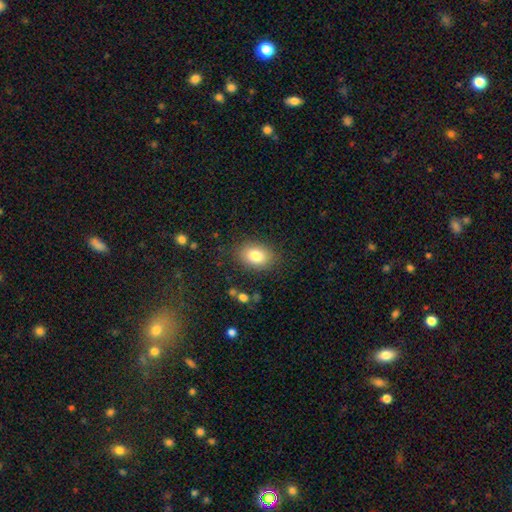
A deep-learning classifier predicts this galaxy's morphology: smooth 82%, featured or disk 9%, star or artifact 9%. Down the decision tree: how rounded — in between (73%); merging — none (85%).